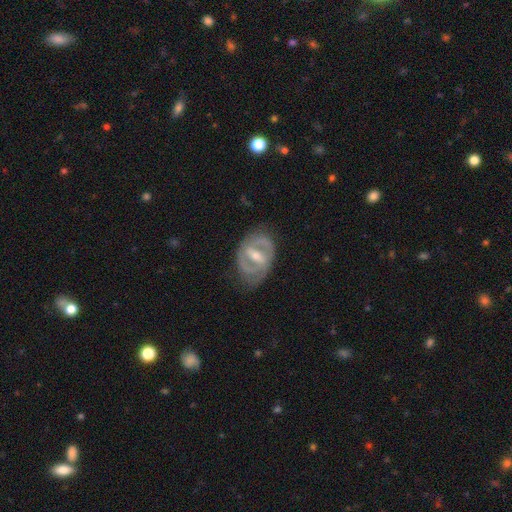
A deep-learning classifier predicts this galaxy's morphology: The model was most divided on "spiral winding": medium: 45%, tight: 44%, loose: 11%. More confident: edge-on disk — no (96%); spiral arms — yes (87%); smooth or featured — featured or disk (84%); spiral arm count — 2 (81%); merging — none (71%); bulge size — moderate (56%); bar — strong (51%).